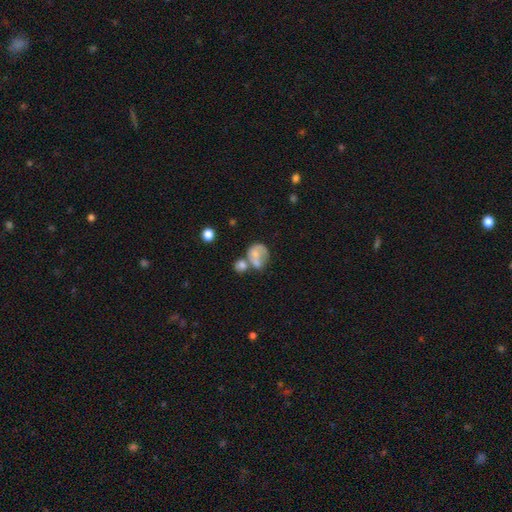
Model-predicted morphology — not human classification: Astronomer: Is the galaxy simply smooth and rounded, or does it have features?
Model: smooth — 59%.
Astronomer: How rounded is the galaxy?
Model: round — 51% (runner-up: in between, 48%).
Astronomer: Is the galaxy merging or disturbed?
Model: merger — 47% (runner-up: none, 22%).